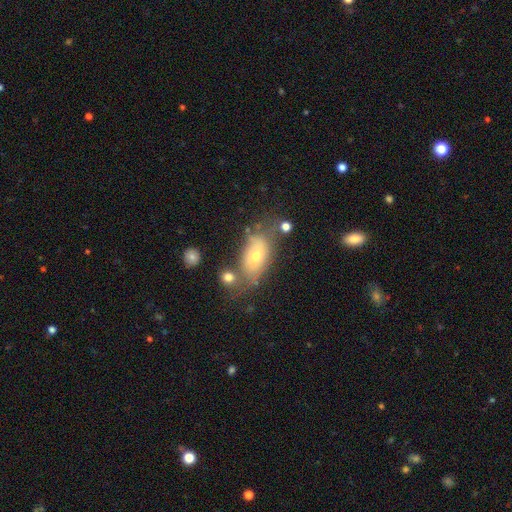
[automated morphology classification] smooth-or-featured: smooth: 62% | featured or disk: 27% | star or artifact: 10%
  how-rounded: in between: 86% | round: 10% | cigar-shaped: 4%
  merging: none: 52% | minor disturbance: 22% | merger: 14% | major disturbance: 12%